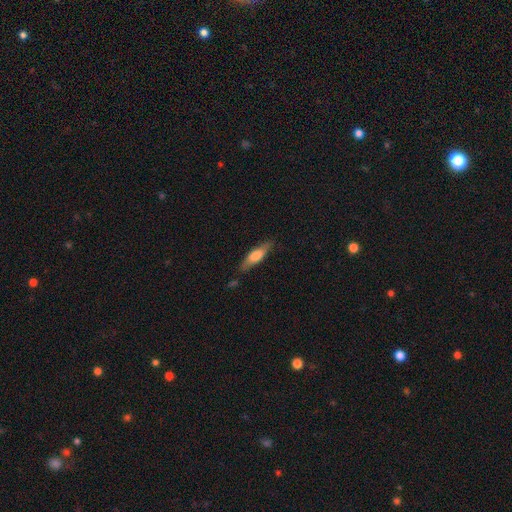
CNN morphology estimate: A smooth galaxy with no disk features (61%) that is cigar-shaped (61%).

Vote fractions:
- Smooth or featured? smooth: 61% / featured or disk: 33% / star or artifact: 6%
- How rounded? cigar-shaped: 61% / in between: 37% / round: 2%
- Merging? none: 77% / minor disturbance: 17% / major disturbance: 4% / merger: 2%